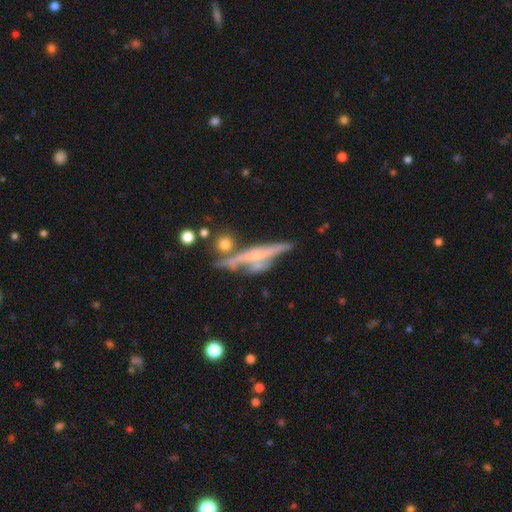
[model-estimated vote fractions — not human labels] Smooth or featured? featured or disk (71%)
Edge-on disk? yes (87%)
Edge-on bulge? rounded (57%)
Merging? none (52%)